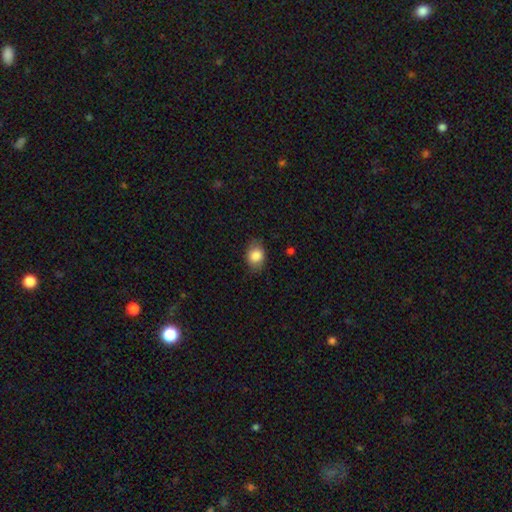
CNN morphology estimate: Overall: smooth (85%). How rounded: in between (64%; round 35%). Merging: none (76%).